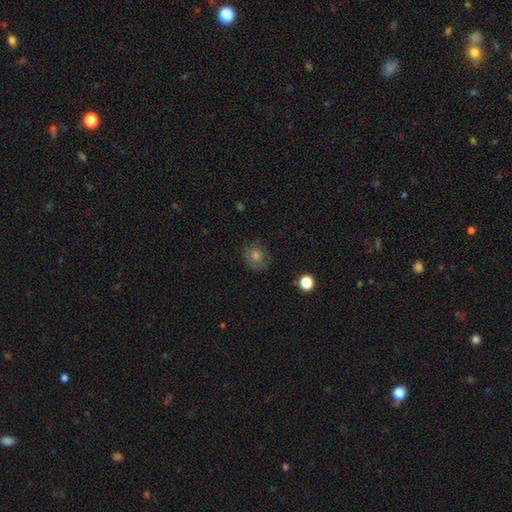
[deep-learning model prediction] Overall: smooth (64%). How rounded: round (76%). Merging: none (79%).